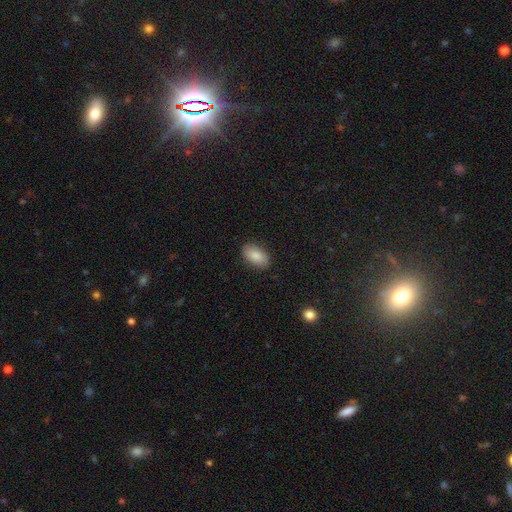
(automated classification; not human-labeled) Smooth or featured? Predicted: smooth (p=0.87). How rounded? Predicted: in between (p=0.93). Merging? Predicted: none (p=0.87).